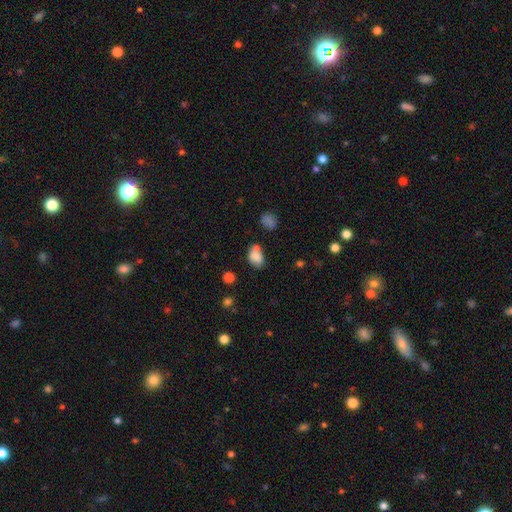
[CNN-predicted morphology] Smooth or featured: smooth — 78% (featured or disk — 12%)
How rounded: in between — 76% (round — 22%)
Merging: none — 44% (merger — 27%)